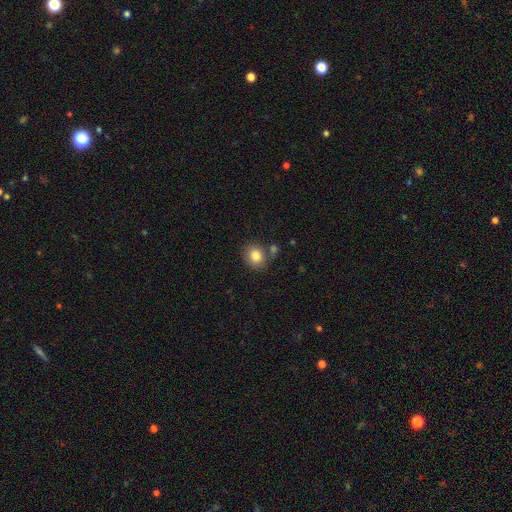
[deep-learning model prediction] A smooth galaxy with no disk features (83%) that is round (69%). Merging: none (71%).